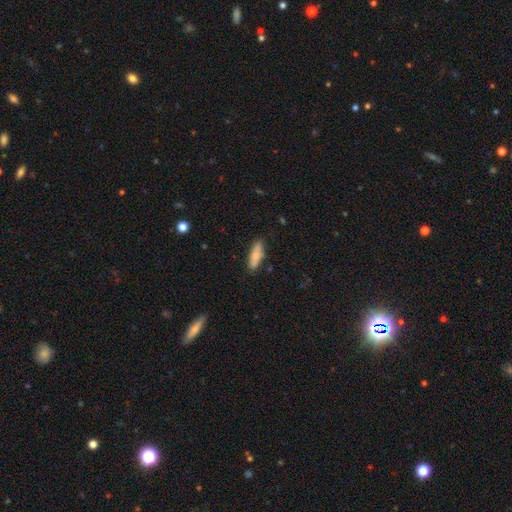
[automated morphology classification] The model was most divided on "how rounded": in between: 51%, cigar-shaped: 47%, round: 2%. More confident: merging — none (79%); smooth or featured — smooth (66%).